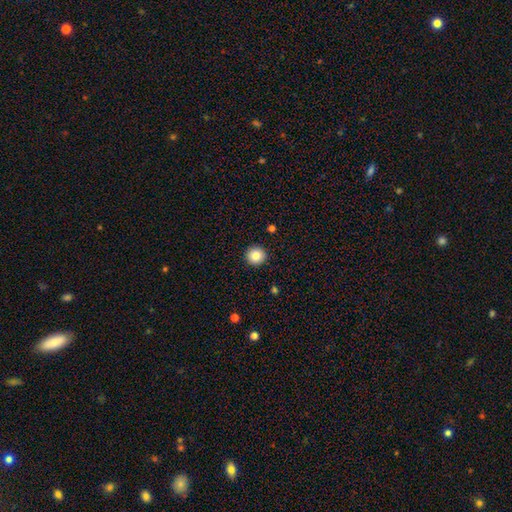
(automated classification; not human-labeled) This is clearly a smooth galaxy (84%). How rounded: clearly round (95%). Merging: clearly none (93%).